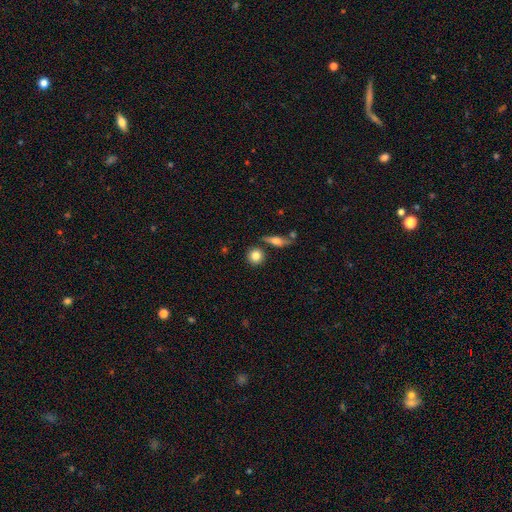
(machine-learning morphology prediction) This is clearly a smooth galaxy (81%). How rounded: clearly round (89%). Merging: clearly none (81%).